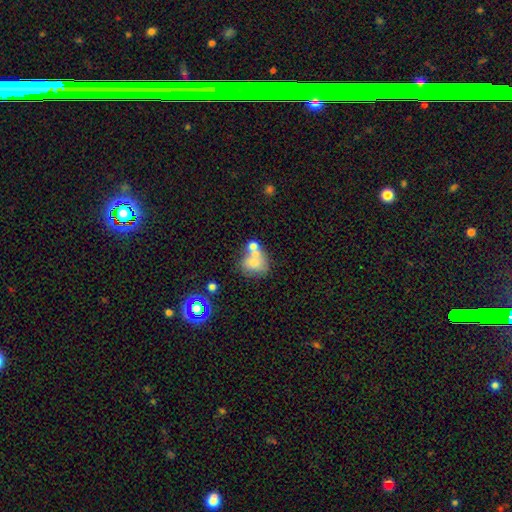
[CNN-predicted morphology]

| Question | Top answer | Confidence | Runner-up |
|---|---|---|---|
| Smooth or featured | smooth | 66% | featured or disk (22%) |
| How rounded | round | 61% | in between (38%) |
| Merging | merger | 45% | none (35%) |